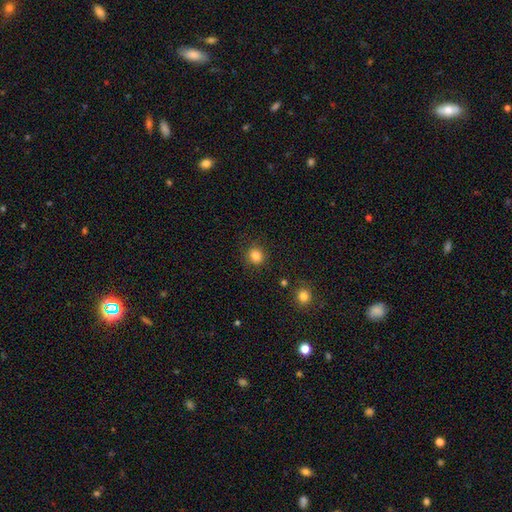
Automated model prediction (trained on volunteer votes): Smooth or featured? Predicted: smooth (p=0.84). How rounded? Predicted: round (p=0.87). Merging? Predicted: none (p=0.87).